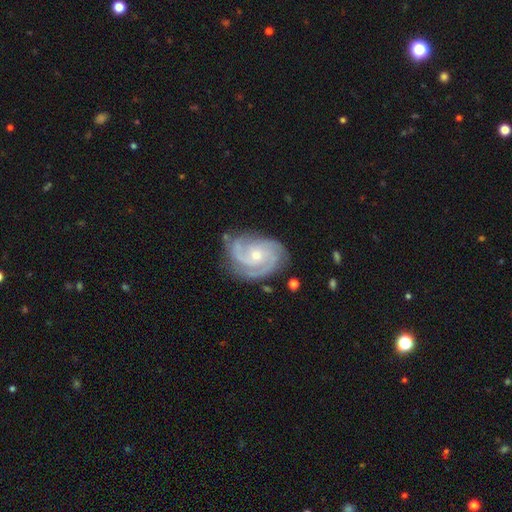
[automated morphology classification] Smooth or featured: featured or disk — 91% (smooth — 5%)
Edge-on disk: no — 98% (yes — 2%)
Bar: no — 69% (weak — 26%)
Spiral arms: yes — 98% (no — 2%)
Spiral winding: tight — 60% (medium — 35%)
Spiral arm count: 3 — 54% (2 — 18%)
Bulge size: small — 60% (moderate — 36%)
Merging: none — 73% (minor disturbance — 19%)